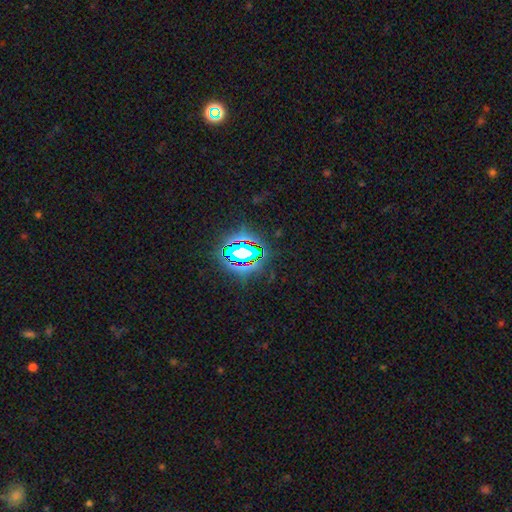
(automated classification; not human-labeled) Smooth or featured? Predicted: star or artifact (p=0.80).